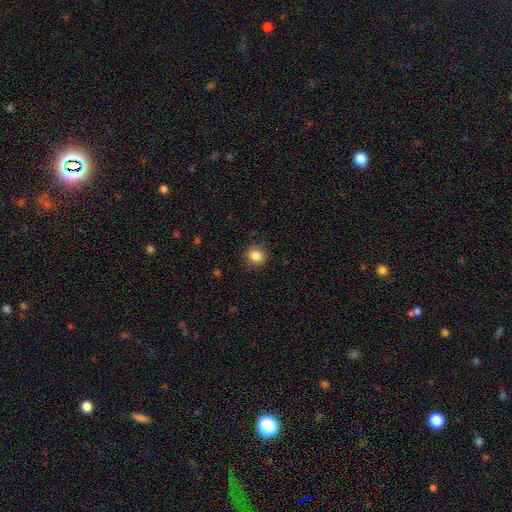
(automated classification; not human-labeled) smooth-or-featured: smooth: 86% | star or artifact: 10% | featured or disk: 4%
  how-rounded: round: 79% | in between: 20% | cigar-shaped: 1%
  merging: none: 88% | minor disturbance: 9% | major disturbance: 3% | merger: 1%